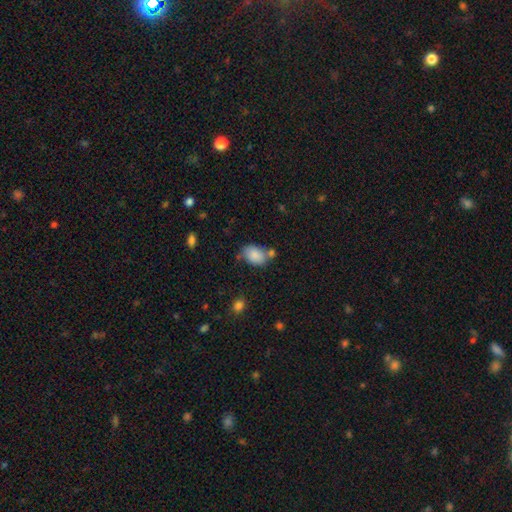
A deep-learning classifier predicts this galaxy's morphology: Smooth or featured? smooth (85%)
How rounded? in between (82%)
Merging? none (56%)